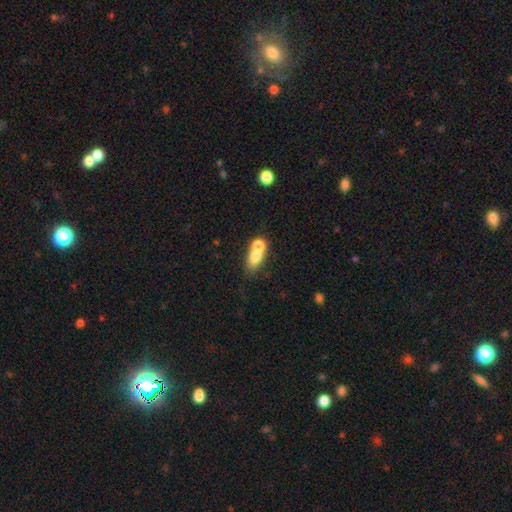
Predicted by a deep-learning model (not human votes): A smooth galaxy with no disk features (71%) that is in between round and cigar-shaped (66%). Merging: merger (62%).